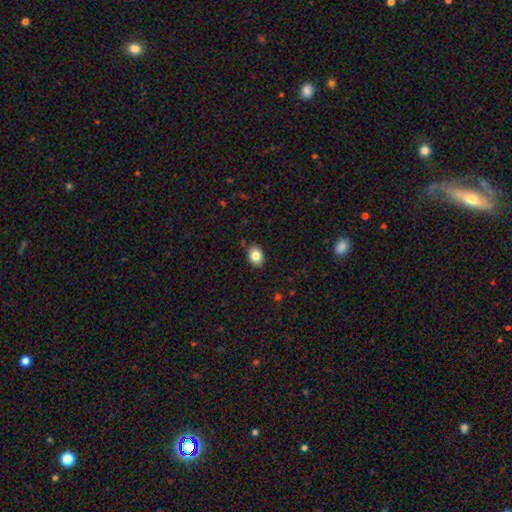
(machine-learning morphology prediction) Q: Smooth or featured?
A: smooth (83%); runner-up: star or artifact (9%)
Q: How rounded?
A: in between (70%); runner-up: round (29%)
Q: Merging?
A: none (86%); runner-up: minor disturbance (10%)